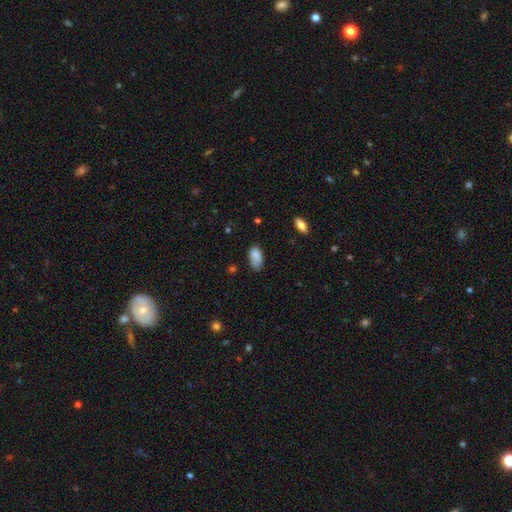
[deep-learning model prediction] A smooth galaxy with no disk features (81%) that is in between round and cigar-shaped (93%). Merging: none (55%).